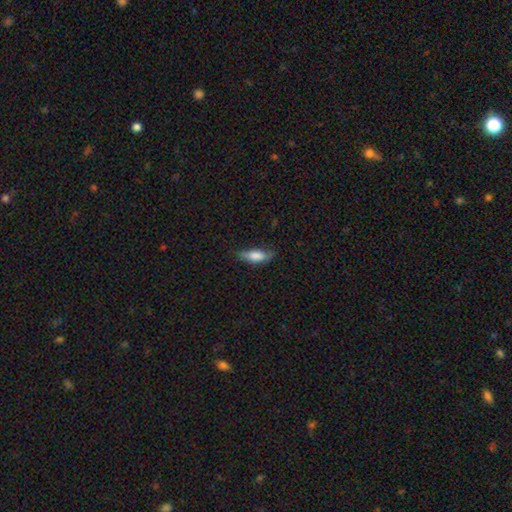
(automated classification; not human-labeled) Morphology: type=smooth (79%); roundness=in between (66%); merging=none (69%).